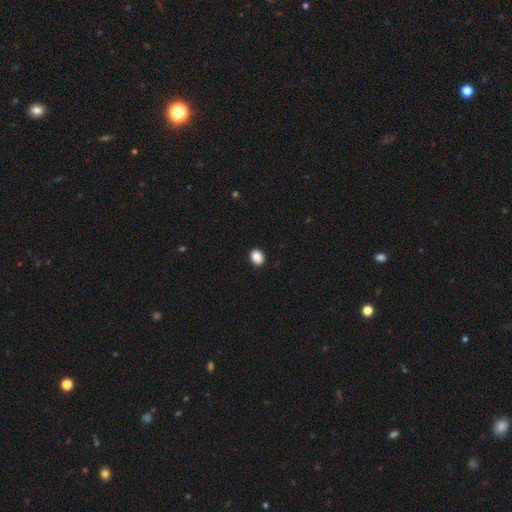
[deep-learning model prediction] smooth_or_featured: smooth (p=0.89) [alt: star or artifact p=0.08]
how_rounded: in between (p=0.64) [alt: round p=0.35]
merging: none (p=0.89) [alt: minor disturbance p=0.09]